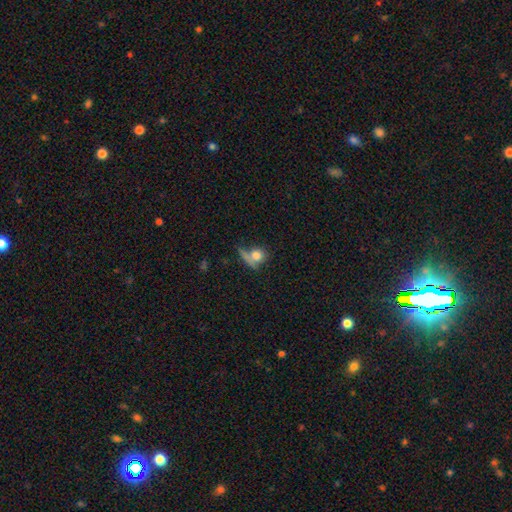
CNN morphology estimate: Smooth or featured?
  - smooth: 74% *
  - featured or disk: 15%
  - star or artifact: 11%
How rounded?
  - round: 76% *
  - in between: 19%
  - cigar-shaped: 4%
Merging?
  - none: 43% *
  - major disturbance: 21%
  - merger: 20%
  - minor disturbance: 16%